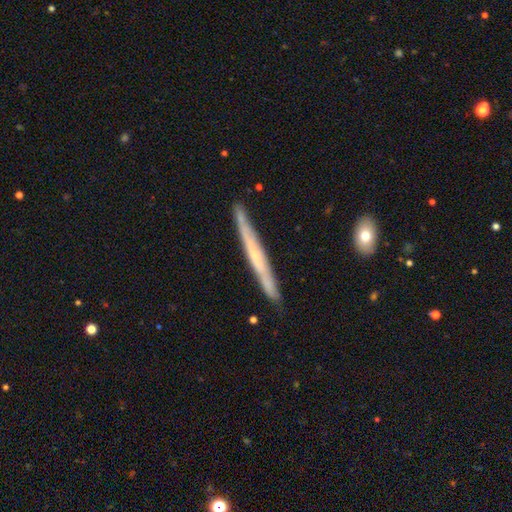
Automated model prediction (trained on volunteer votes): This appears to be a featured or disk galaxy (64%) viewed edge-on (93%) with no central bulge (64%). Merging: none (86%).